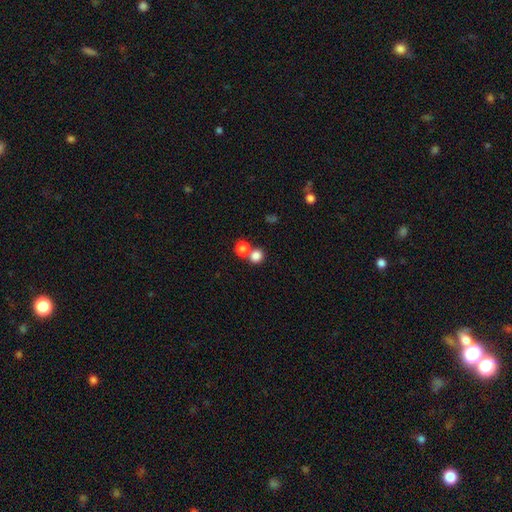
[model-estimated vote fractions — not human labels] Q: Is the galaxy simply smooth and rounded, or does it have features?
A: smooth — 82%.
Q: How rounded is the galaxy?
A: round — 85%.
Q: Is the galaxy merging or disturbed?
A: none — 60%.